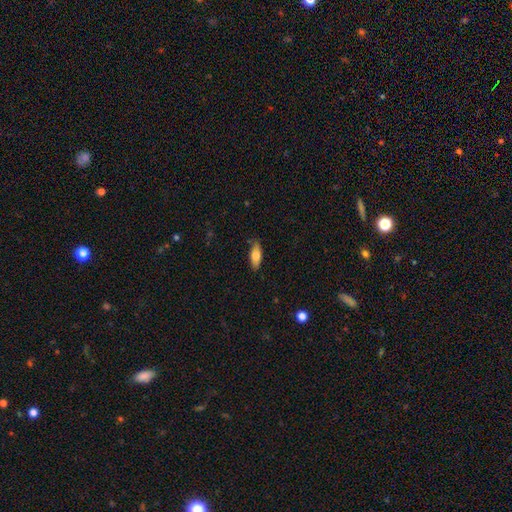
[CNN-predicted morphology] Smooth or featured: smooth — 71% (featured or disk — 22%)
How rounded: in between — 67% (cigar-shaped — 30%)
Merging: none — 83% (minor disturbance — 14%)